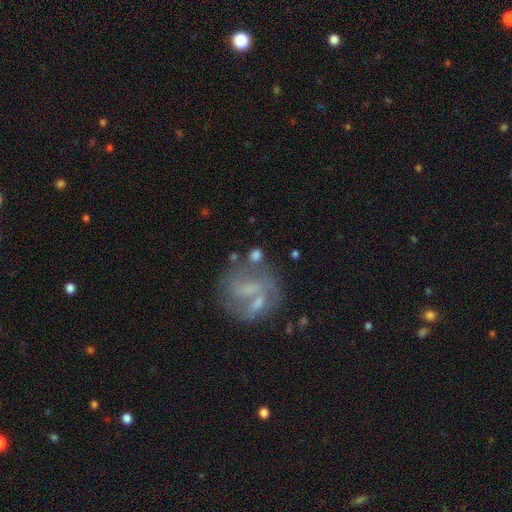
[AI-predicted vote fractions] Smooth or featured: smooth — 57% (featured or disk — 30%)
How rounded: round — 73% (in between — 25%)
Merging: none — 61% (minor disturbance — 15%)